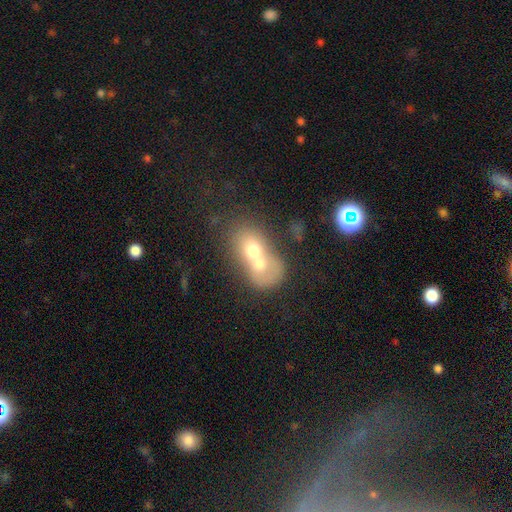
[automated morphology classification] Smooth or featured? Predicted: smooth (p=0.55). How rounded? Predicted: in between (p=0.59). Merging? Predicted: merger (p=0.77).